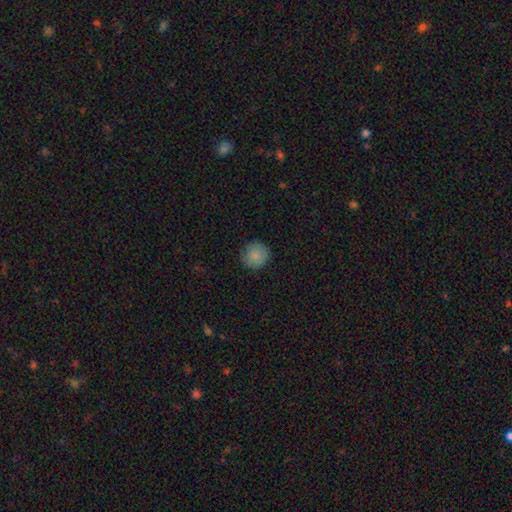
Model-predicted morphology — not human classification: smooth 85%, star or artifact 8%, featured or disk 7%. Down the decision tree: how rounded — round (93%); merging — none (86%).